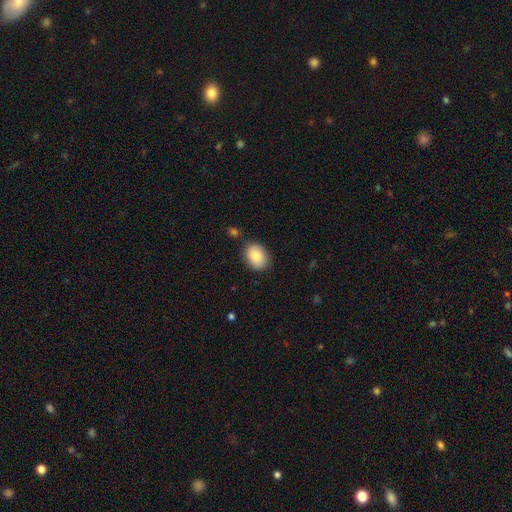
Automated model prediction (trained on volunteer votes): Q: Smooth or featured?
A: smooth (83%); runner-up: featured or disk (10%)
Q: How rounded?
A: in between (75%); runner-up: round (24%)
Q: Merging?
A: none (82%); runner-up: minor disturbance (12%)